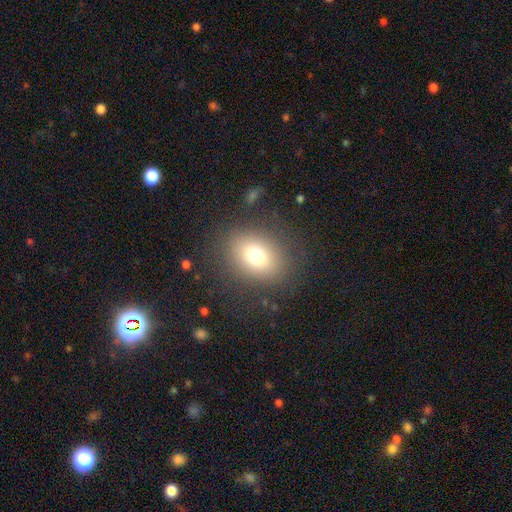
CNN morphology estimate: Smooth or featured: smooth — 74% (star or artifact — 13%)
How rounded: in between — 55% (round — 44%)
Merging: none — 83% (minor disturbance — 10%)